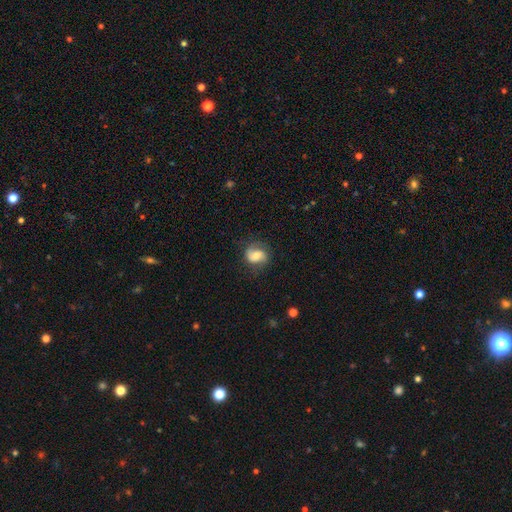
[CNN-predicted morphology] This is possibly a smooth galaxy (47%). Merging: likely none (65%).